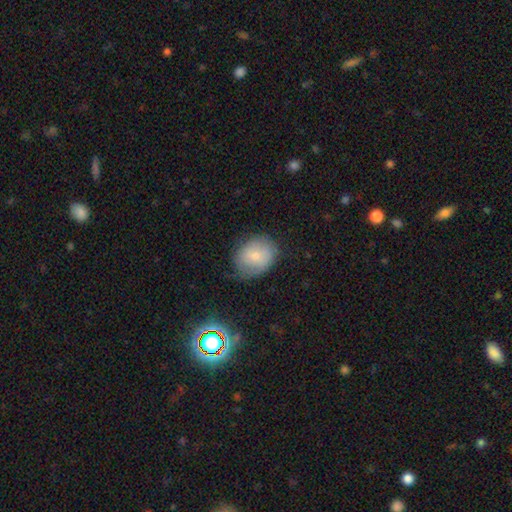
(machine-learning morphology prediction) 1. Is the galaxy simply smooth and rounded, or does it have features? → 72% smooth, 20% featured or disk, 8% star or artifact.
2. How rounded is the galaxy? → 52% in between, 47% round, 1% cigar-shaped.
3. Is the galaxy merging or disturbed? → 61% none, 28% minor disturbance, 9% major disturbance, 2% merger.